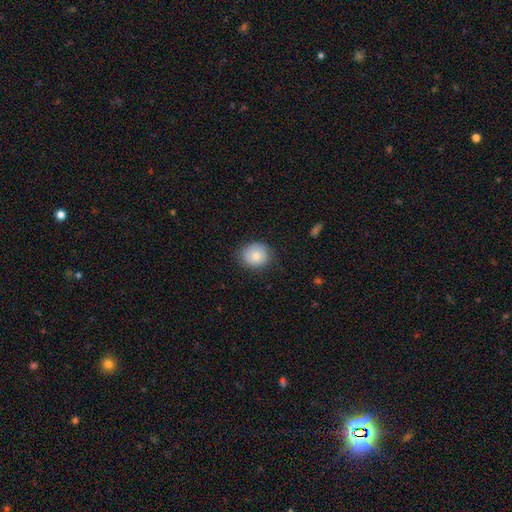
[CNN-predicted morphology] This appears to be a smooth galaxy with no disk features (80%) that is round (77%). Merging: none (81%).